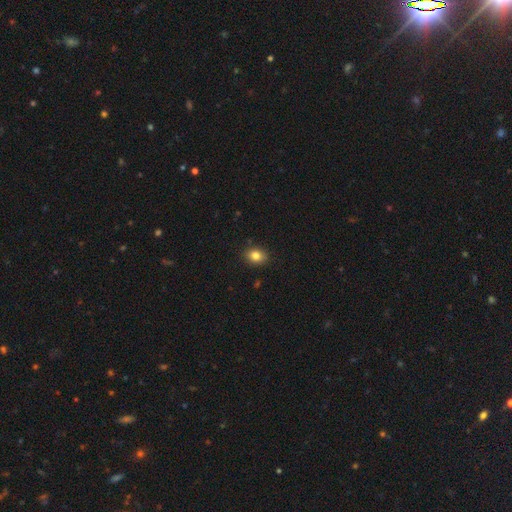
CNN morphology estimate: A smooth galaxy with no disk features (83%) that is in between round and cigar-shaped (61%).

Vote fractions:
- Smooth or featured? smooth: 83% / star or artifact: 10% / featured or disk: 7%
- How rounded? in between: 61% / round: 37% / cigar-shaped: 1%
- Merging? none: 88% / minor disturbance: 9% / major disturbance: 2% / merger: 1%